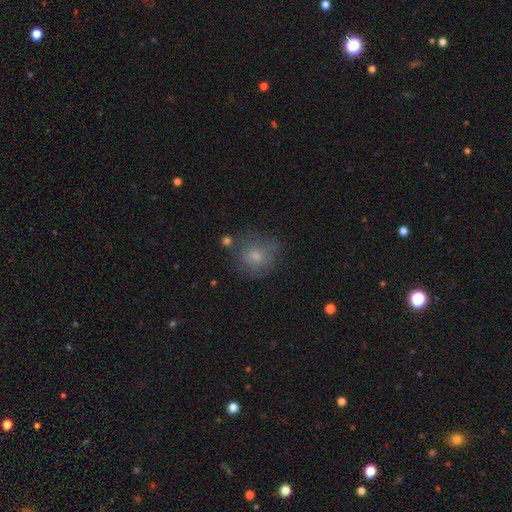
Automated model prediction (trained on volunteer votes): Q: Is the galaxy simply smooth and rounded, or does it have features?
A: smooth — 65%.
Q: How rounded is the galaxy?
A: round — 79%.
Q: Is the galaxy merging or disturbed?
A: none — 61%.